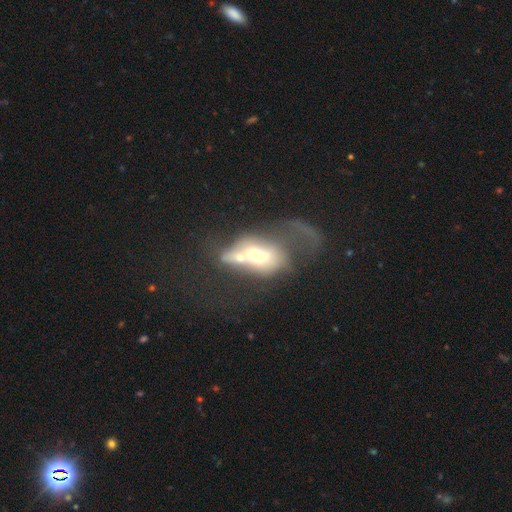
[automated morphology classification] A smooth galaxy with no disk features (47%). Merging: merger (53%).